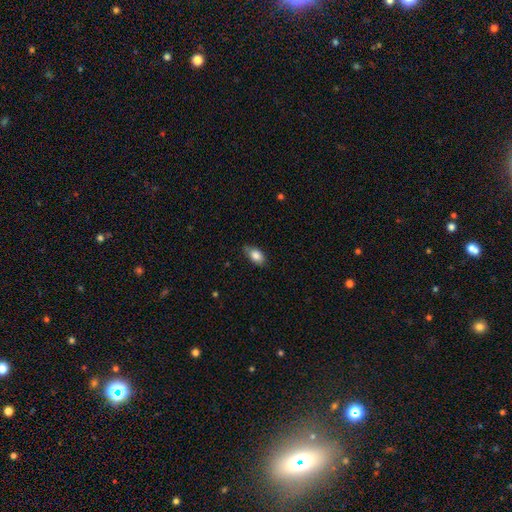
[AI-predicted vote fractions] A smooth galaxy with no disk features (85%) that is in between round and cigar-shaped (90%).

Vote fractions:
- Smooth or featured? smooth: 85% / featured or disk: 8% / star or artifact: 7%
- How rounded? in between: 90% / round: 8% / cigar-shaped: 3%
- Merging? none: 73% / minor disturbance: 22% / major disturbance: 4% / merger: 1%